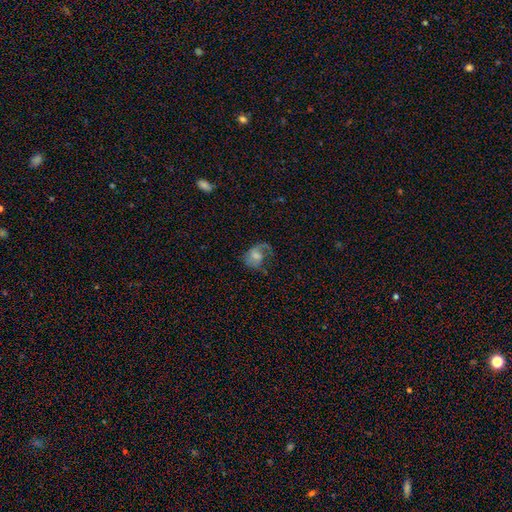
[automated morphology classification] Smooth or featured?
  - featured or disk: 51% *
  - smooth: 40%
  - star or artifact: 9%
Edge-on disk?
  - no: 97% *
  - yes: 3%
Merging?
  - major disturbance: 38% *
  - none: 36%
  - minor disturbance: 23%
  - merger: 3%